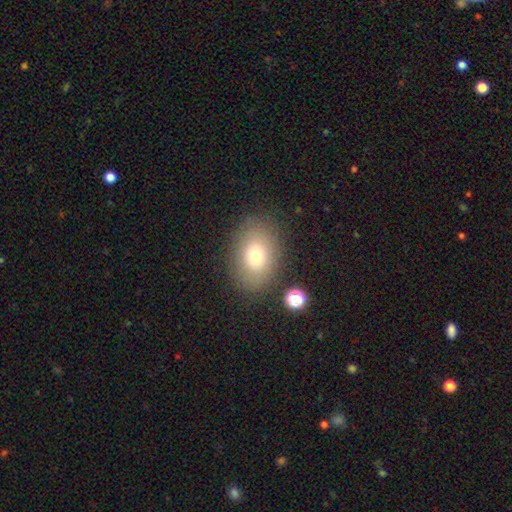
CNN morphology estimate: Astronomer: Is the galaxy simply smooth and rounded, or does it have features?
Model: smooth — 74%.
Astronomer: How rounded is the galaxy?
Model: in between — 77%.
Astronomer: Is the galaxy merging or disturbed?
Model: none — 83%.